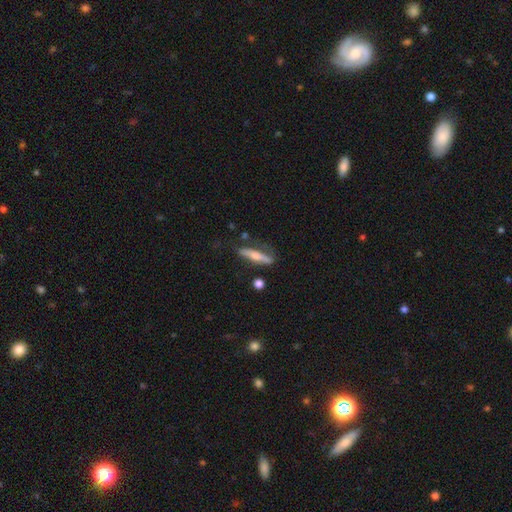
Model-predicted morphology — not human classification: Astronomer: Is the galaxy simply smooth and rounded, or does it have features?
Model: smooth — 53% (runner-up: featured or disk, 41%).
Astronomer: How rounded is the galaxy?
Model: cigar-shaped — 84%.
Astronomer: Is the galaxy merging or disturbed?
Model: none — 68%.